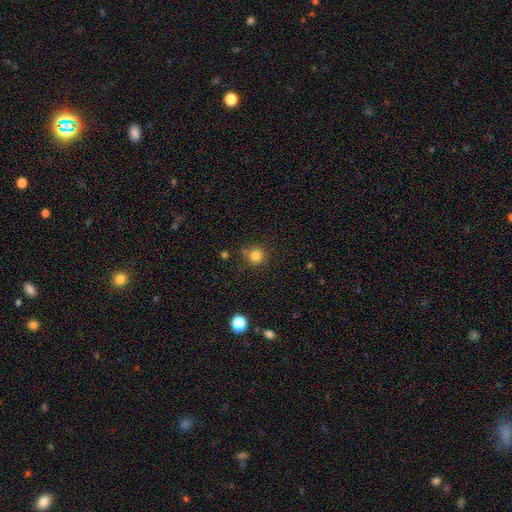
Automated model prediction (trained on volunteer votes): Smooth or featured?
  - smooth: 82% *
  - star or artifact: 13%
  - featured or disk: 5%
How rounded?
  - round: 91% *
  - in between: 8%
  - cigar-shaped: 1%
Merging?
  - none: 80% *
  - minor disturbance: 13%
  - merger: 4%
  - major disturbance: 4%